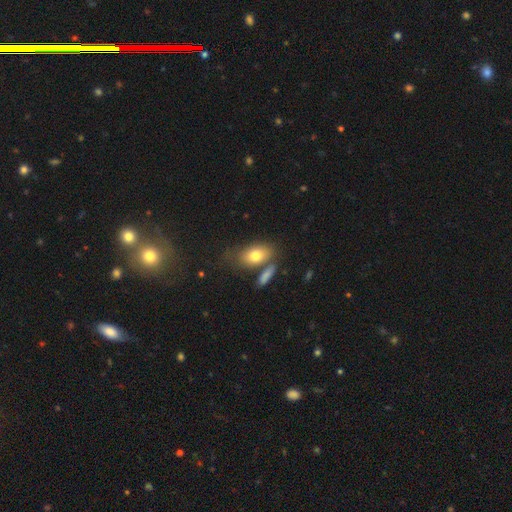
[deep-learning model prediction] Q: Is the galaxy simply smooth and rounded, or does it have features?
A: smooth — 76%.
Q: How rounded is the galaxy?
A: in between — 86%.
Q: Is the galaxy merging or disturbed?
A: none — 57%.